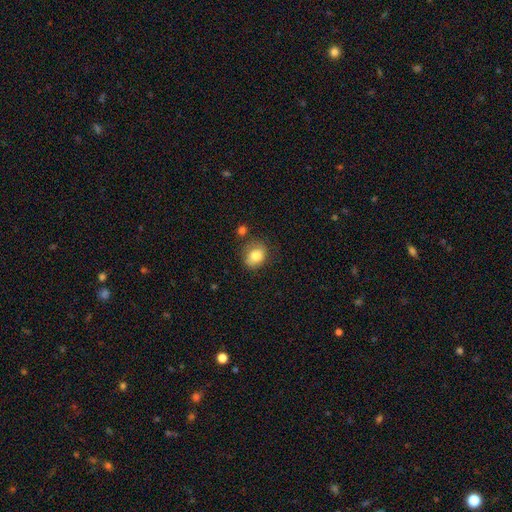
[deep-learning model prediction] Q: Smooth or featured?
A: smooth (81%); runner-up: featured or disk (10%)
Q: How rounded?
A: in between (56%); runner-up: round (43%)
Q: Merging?
A: none (69%); runner-up: minor disturbance (20%)